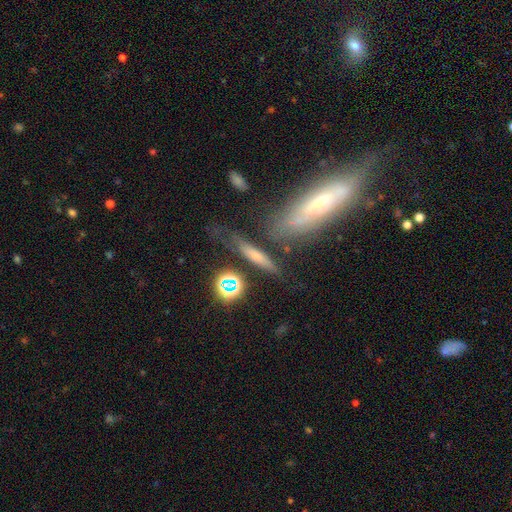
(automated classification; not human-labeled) Q: Smooth or featured?
A: smooth (53%); runner-up: featured or disk (34%)
Q: How rounded?
A: cigar-shaped (77%); runner-up: in between (18%)
Q: Merging?
A: none (67%); runner-up: minor disturbance (18%)